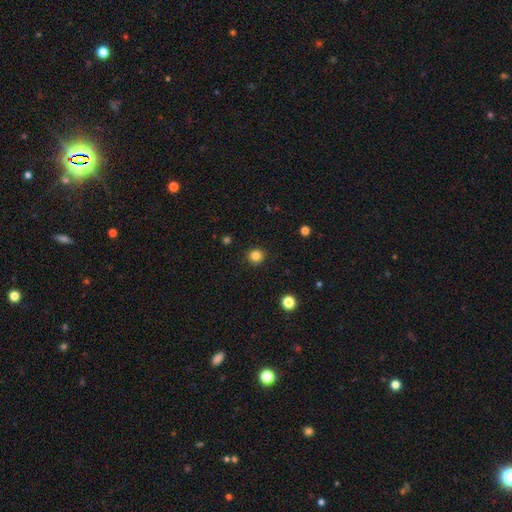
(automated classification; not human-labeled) Smooth or featured? smooth (83%)
How rounded? round (92%)
Merging? none (91%)